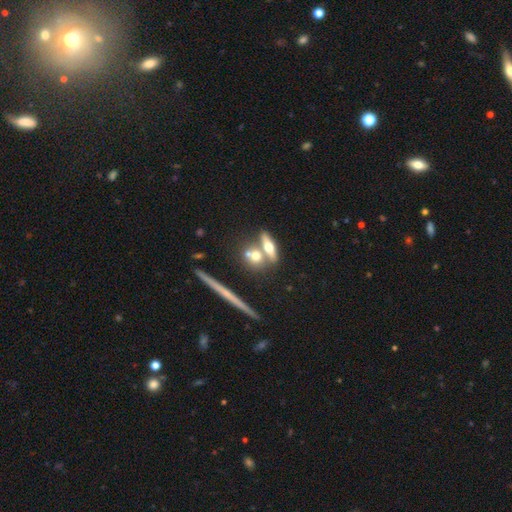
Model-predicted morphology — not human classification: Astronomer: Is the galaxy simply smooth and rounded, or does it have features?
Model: smooth — 54% (runner-up: featured or disk, 35%).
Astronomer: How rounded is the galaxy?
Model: in between — 38%, tied with cigar-shaped at 38%.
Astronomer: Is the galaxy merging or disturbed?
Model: none — 51% (runner-up: merger, 35%).